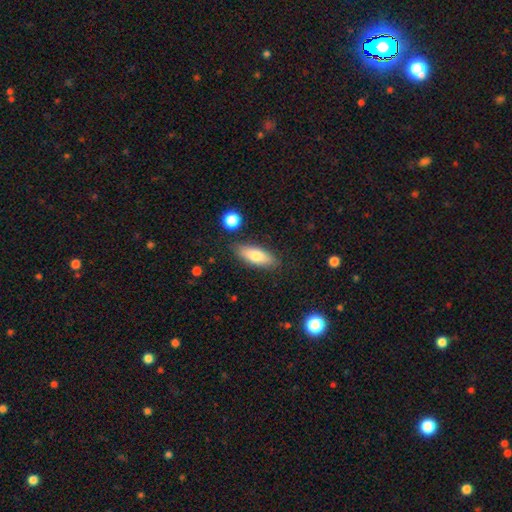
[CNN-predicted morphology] Smooth or featured?
  - smooth: 75% *
  - featured or disk: 18%
  - star or artifact: 7%
How rounded?
  - in between: 70% *
  - cigar-shaped: 28%
  - round: 3%
Merging?
  - none: 83% *
  - minor disturbance: 12%
  - merger: 3%
  - major disturbance: 3%